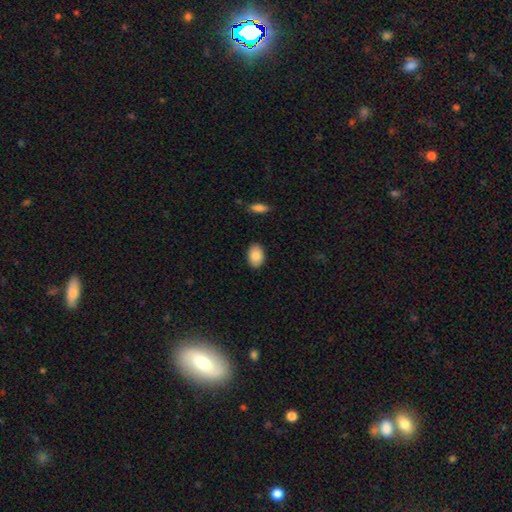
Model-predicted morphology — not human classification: This is clearly a smooth galaxy (87%). How rounded: clearly in between (86%). Merging: clearly none (88%).